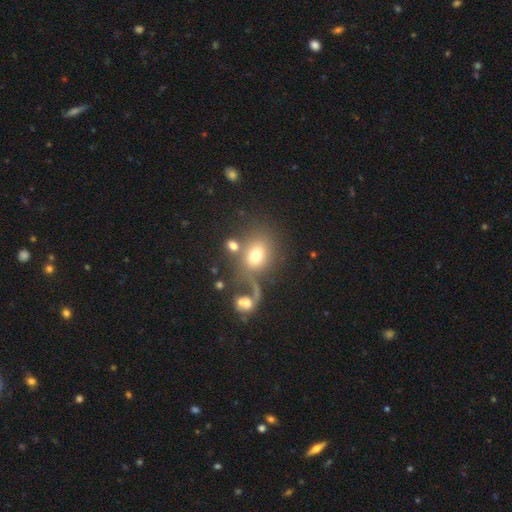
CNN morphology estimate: Q: Smooth or featured?
A: smooth (68%); runner-up: featured or disk (19%)
Q: How rounded?
A: round (50%); runner-up: in between (49%)
Q: Merging?
A: none (47%); runner-up: merger (26%)